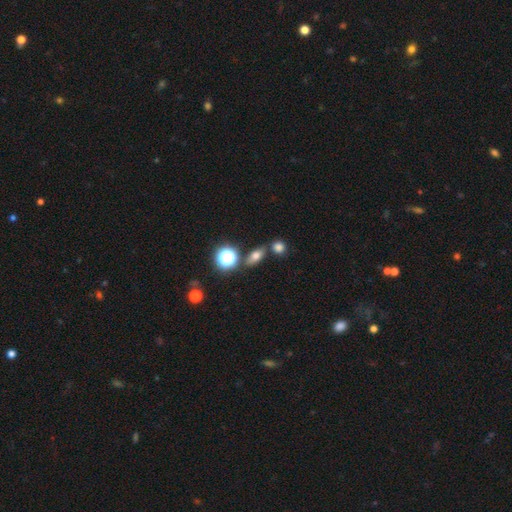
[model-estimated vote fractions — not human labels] A smooth galaxy with no disk features (67%) that is in between round and cigar-shaped (68%). Merging: none (75%).